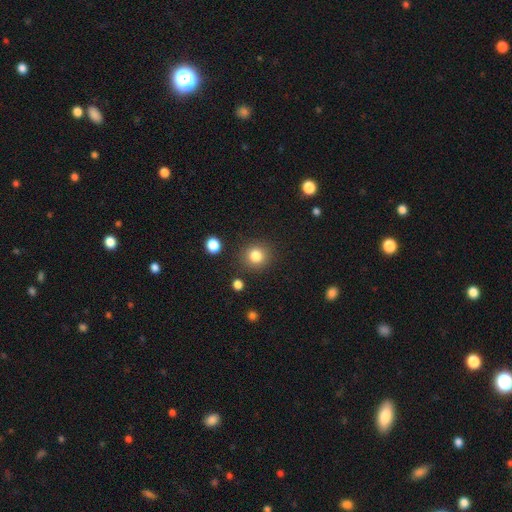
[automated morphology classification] The model was most divided on "smooth or featured": smooth: 83%, star or artifact: 11%, featured or disk: 6%. More confident: how rounded — round (90%); merging — none (86%).